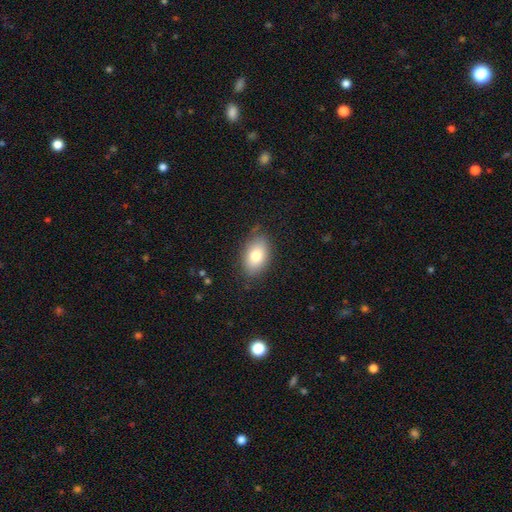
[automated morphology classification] This appears to be a smooth galaxy with no disk features (78%) that is in between round and cigar-shaped (88%). Merging: none (81%).